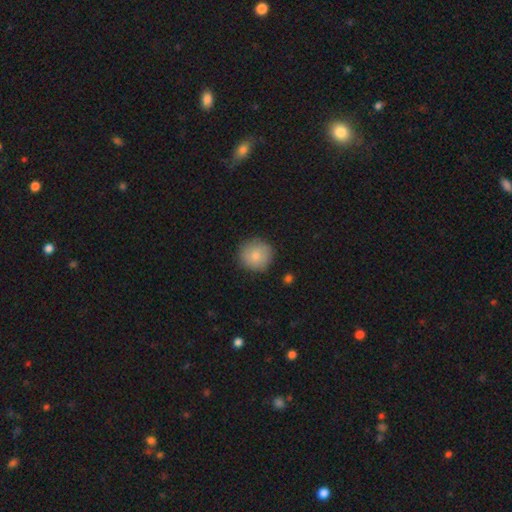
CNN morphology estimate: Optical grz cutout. It shows a smooth galaxy with no disk features (82%) that is round (93%). Merging: none (85%).